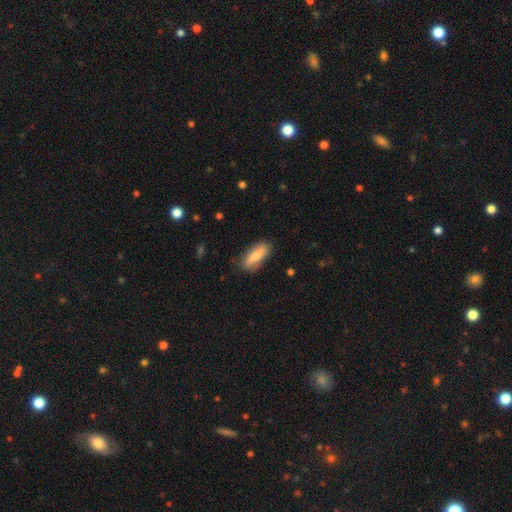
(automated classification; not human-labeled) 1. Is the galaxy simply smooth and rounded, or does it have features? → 73% smooth, 21% featured or disk, 6% star or artifact.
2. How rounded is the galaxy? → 63% in between, 34% cigar-shaped, 2% round.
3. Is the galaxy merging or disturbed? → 81% none, 15% minor disturbance, 3% major disturbance, 1% merger.